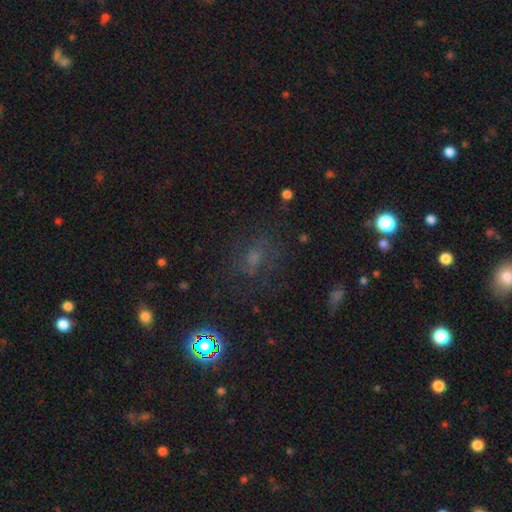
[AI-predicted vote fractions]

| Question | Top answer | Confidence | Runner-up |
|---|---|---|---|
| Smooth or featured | smooth | 36% | tied: star or artifact (36%) |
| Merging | none | 62% | minor disturbance (18%) |